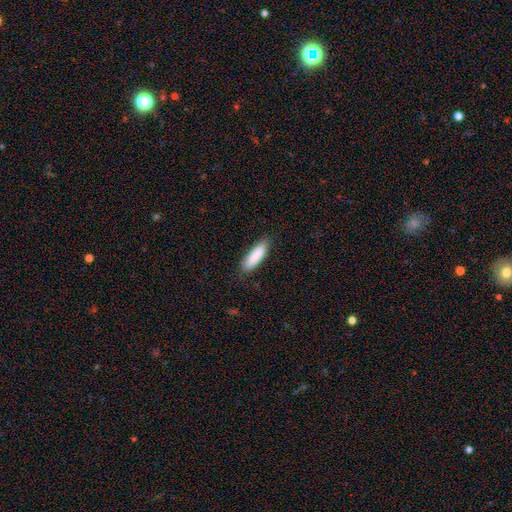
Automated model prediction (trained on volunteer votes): A smooth galaxy with no disk features (88%) that is in between round and cigar-shaped (51%). Merging: none (83%).